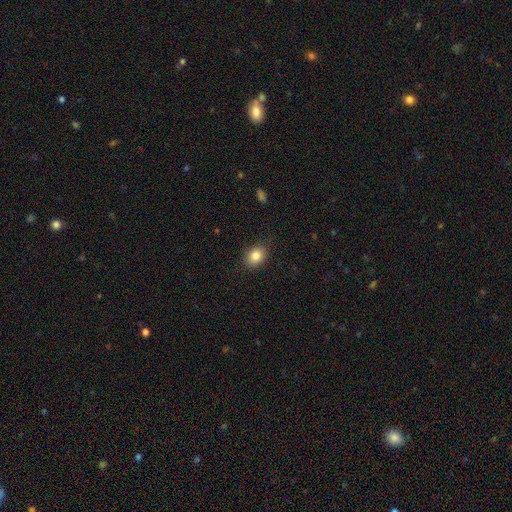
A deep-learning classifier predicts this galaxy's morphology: Smooth or featured? smooth (84%)
How rounded? in between (56%)
Merging? none (85%)